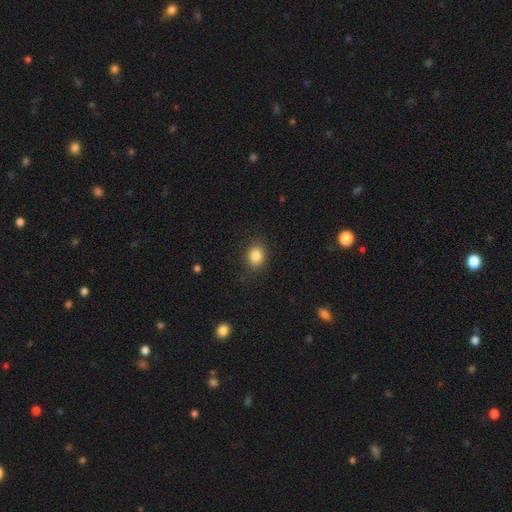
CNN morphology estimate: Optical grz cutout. It shows a smooth galaxy with no disk features (85%) that is round (55%). Merging: none (86%).